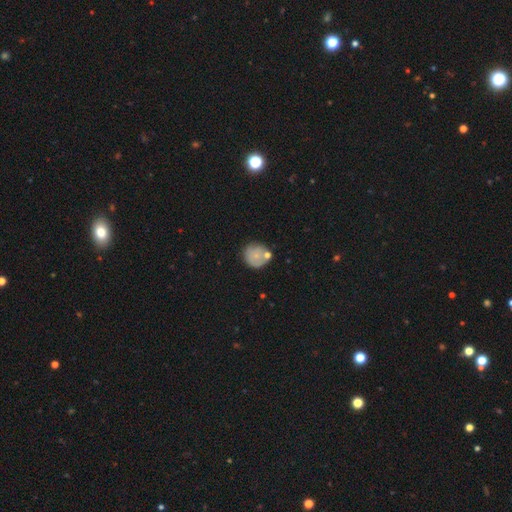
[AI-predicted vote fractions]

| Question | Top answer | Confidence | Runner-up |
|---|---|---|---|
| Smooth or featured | smooth | 69% | featured or disk (22%) |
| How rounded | round | 90% | in between (9%) |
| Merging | none | 64% | minor disturbance (18%) |